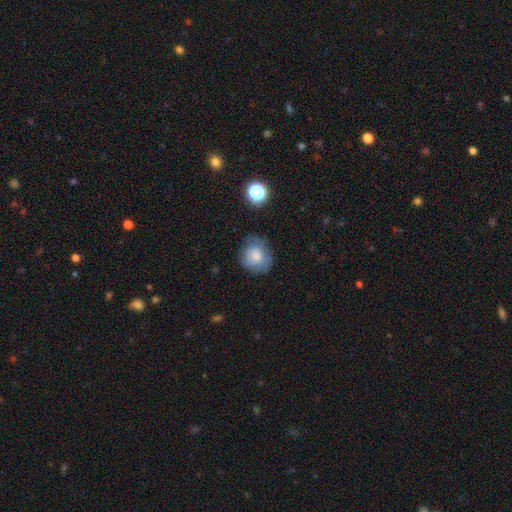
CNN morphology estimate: Smooth or featured: smooth — 73% (featured or disk — 17%)
How rounded: round — 80% (in between — 19%)
Merging: none — 67% (minor disturbance — 23%)